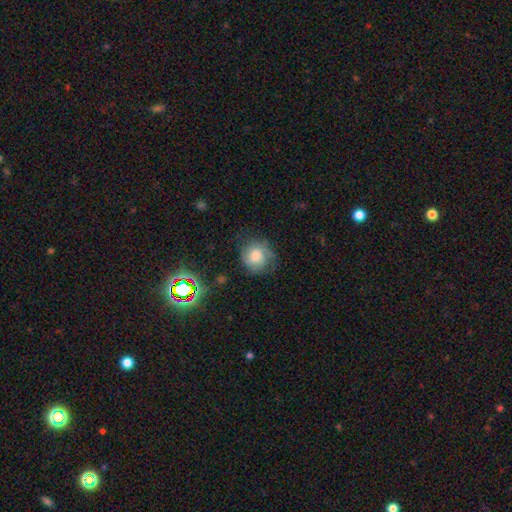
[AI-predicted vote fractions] Smooth or featured? Predicted: smooth (p=0.61). How rounded? Predicted: round (p=0.82). Merging? Predicted: none (p=0.64).